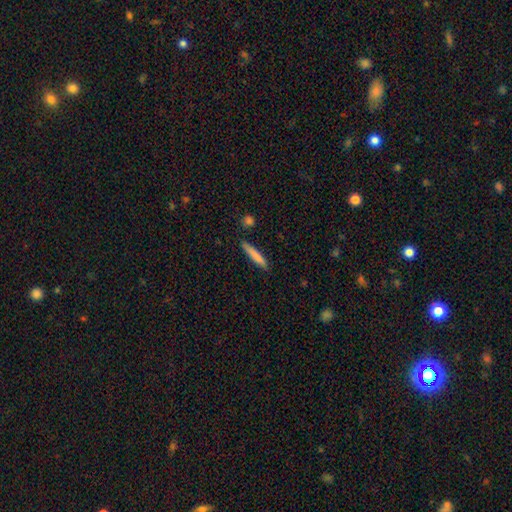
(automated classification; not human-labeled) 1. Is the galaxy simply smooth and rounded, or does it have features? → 78% smooth, 16% featured or disk, 6% star or artifact.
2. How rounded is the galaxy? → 92% cigar-shaped, 6% in between, 1% round.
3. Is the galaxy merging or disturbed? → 85% none, 11% minor disturbance, 3% merger, 2% major disturbance.